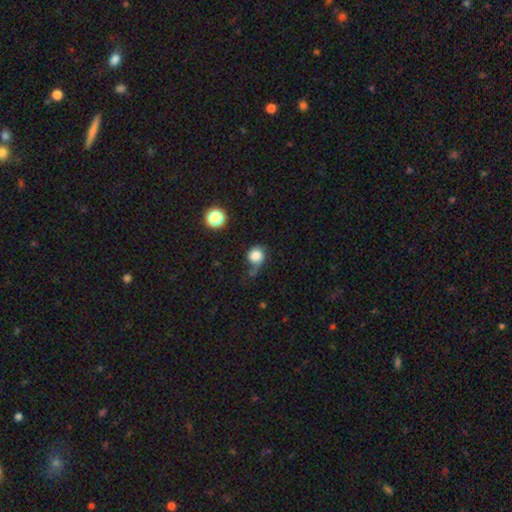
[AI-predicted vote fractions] This is likely a smooth galaxy (75%). How rounded: likely round (80%). Merging: marginally none (33%).